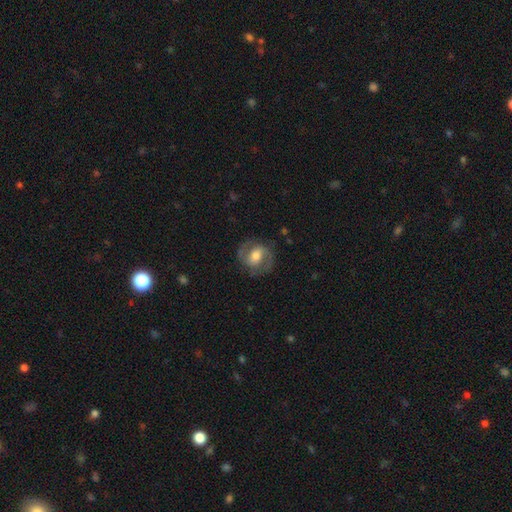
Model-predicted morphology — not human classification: featured or disk 70%, smooth 24%, star or artifact 6%. Down the decision tree: edge-on disk — no (97%); bar — weak (45%); spiral arms — yes (85%); spiral arm count — 2 (89%); spiral winding — medium (54%); bulge size — moderate (63%); merging — none (80%).